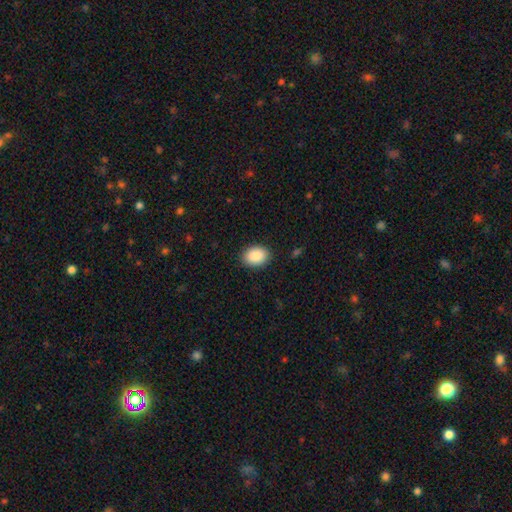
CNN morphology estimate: This is clearly a smooth galaxy (90%). How rounded: likely in between (75%). Merging: clearly none (89%).